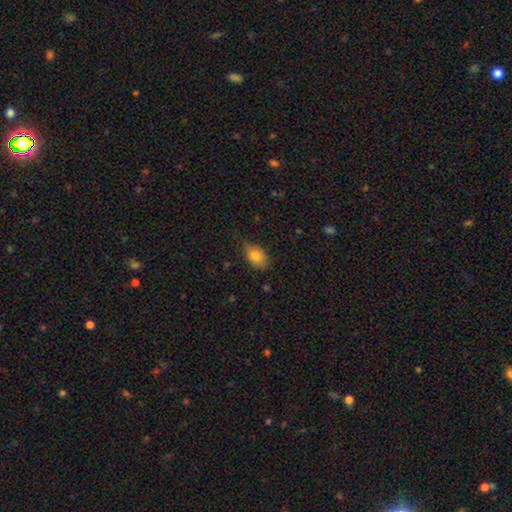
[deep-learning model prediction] Overall: smooth (78%). How rounded: in between (81%). Merging: none (63%; minor disturbance 29%).